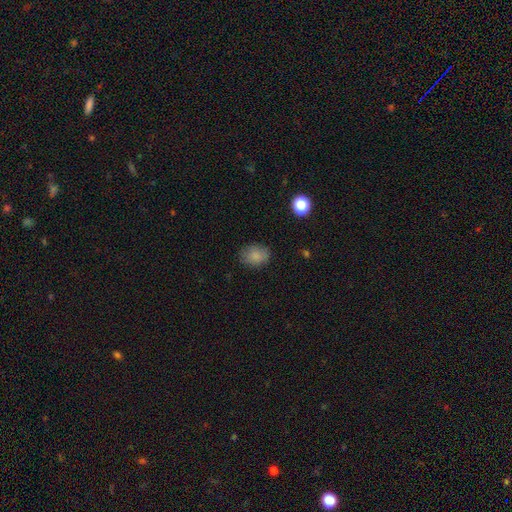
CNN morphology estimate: This is clearly a smooth galaxy (83%). How rounded: possibly in between (58%). Merging: likely none (79%).